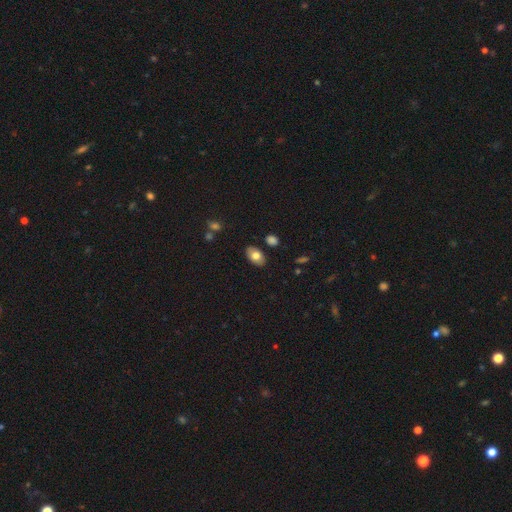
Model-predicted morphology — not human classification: type=smooth (74%); roundness=in between (90%); merging=none (85%).